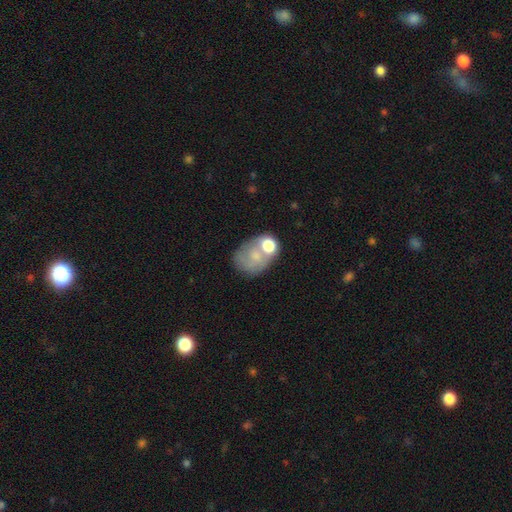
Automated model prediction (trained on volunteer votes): smooth 55%, featured or disk 35%, star or artifact 10%. Down the decision tree: how rounded — in between (65%); merging — none (32%).